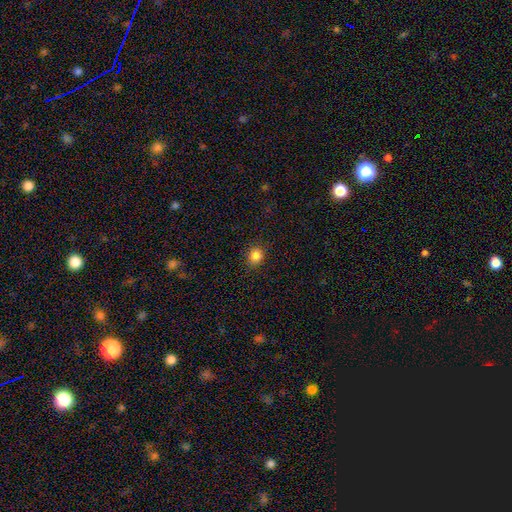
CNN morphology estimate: Smooth or featured: smooth — 84% (star or artifact — 12%)
How rounded: round — 76% (in between — 24%)
Merging: none — 87% (minor disturbance — 9%)